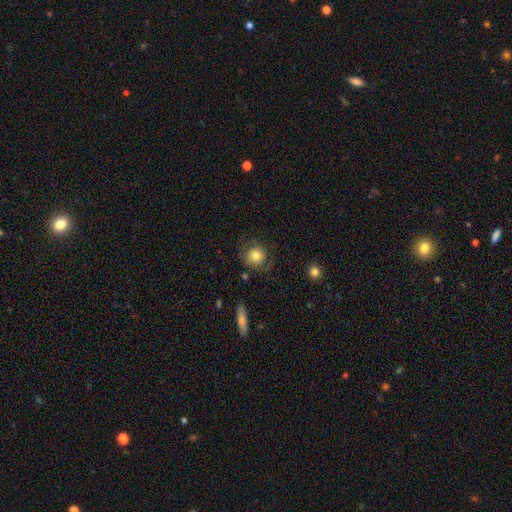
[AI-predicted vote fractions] A smooth galaxy with no disk features (75%) that is round (86%). Merging: none (74%).